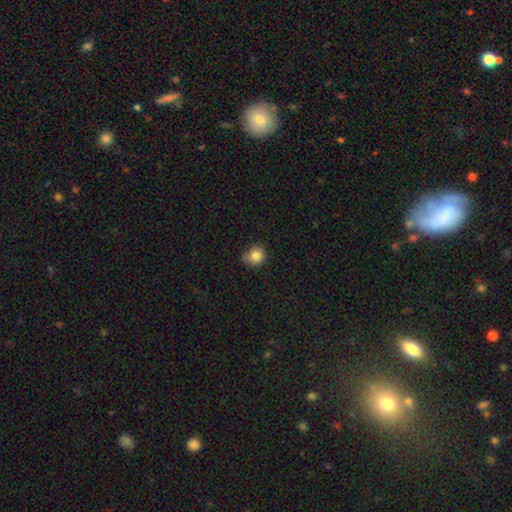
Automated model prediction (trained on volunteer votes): Morphology: type=smooth (84%); roundness=round (84%); merging=none (66%).